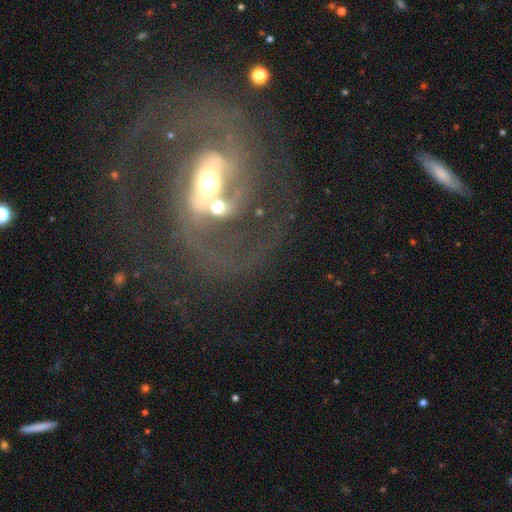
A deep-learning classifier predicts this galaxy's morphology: Smooth or featured? Predicted: featured or disk (p=0.84). Edge-on disk? Predicted: no (p=0.97). Bar? Predicted: strong (p=0.39). Spiral arms? Predicted: yes (p=0.90). Spiral winding? Predicted: medium (p=0.49). Spiral arm count? Predicted: 2 (p=0.70). Bulge size? Predicted: moderate (p=0.60). Merging? Predicted: none (p=0.42).